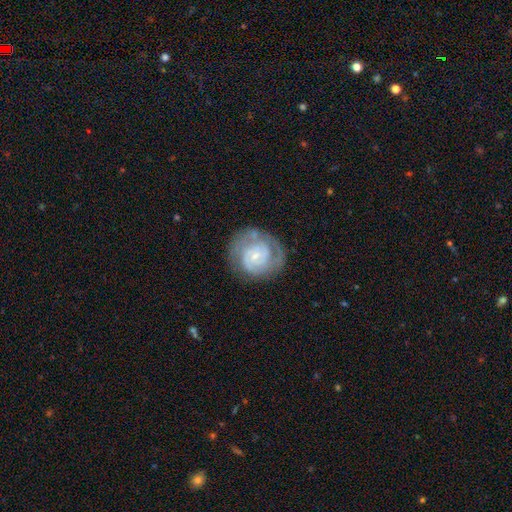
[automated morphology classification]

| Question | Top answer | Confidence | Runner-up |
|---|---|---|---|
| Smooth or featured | featured or disk | 80% | smooth (14%) |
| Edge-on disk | no | 98% | yes (2%) |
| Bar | no | 55% | weak (38%) |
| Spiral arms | yes | 92% | no (8%) |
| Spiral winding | tight | 67% | medium (27%) |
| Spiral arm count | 2 | 47% | can't tell (25%) |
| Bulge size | small | 72% | moderate (19%) |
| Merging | none | 71% | minor disturbance (18%) |